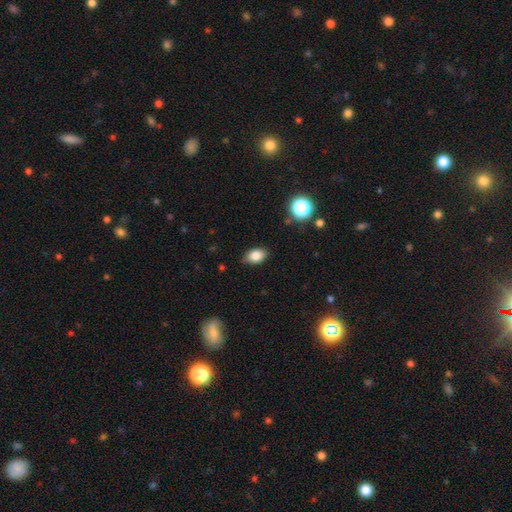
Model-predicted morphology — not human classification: Overall: smooth (83%). How rounded: in between (86%). Merging: none (85%).